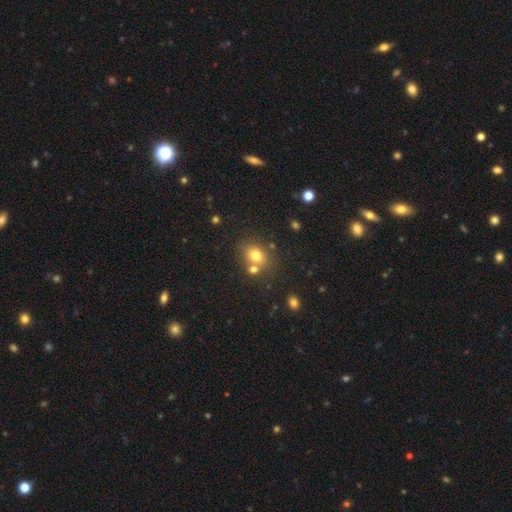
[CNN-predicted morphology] The model was most divided on "how rounded": round: 56%, in between: 43%, cigar-shaped: 1%. More confident: smooth or featured — smooth (75%); merging — none (59%).